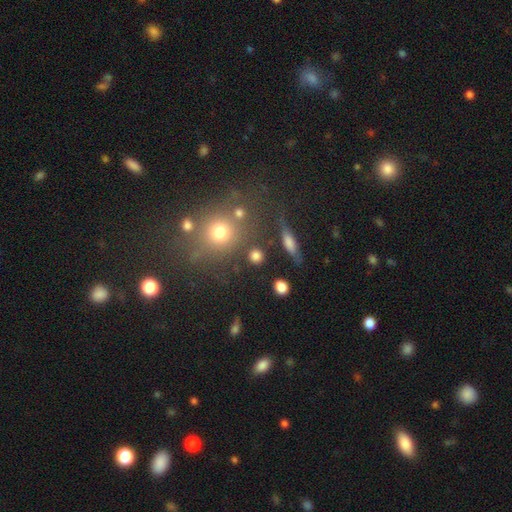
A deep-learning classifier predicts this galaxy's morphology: smooth 79%, star or artifact 13%, featured or disk 8%. Down the decision tree: how rounded — round (82%); merging — none (81%).